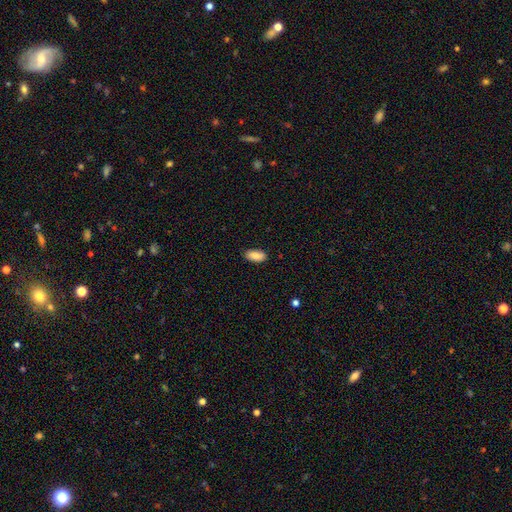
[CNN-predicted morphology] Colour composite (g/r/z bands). It shows a smooth galaxy with no disk features (85%) that is in between round and cigar-shaped (92%). Merging: none (86%).